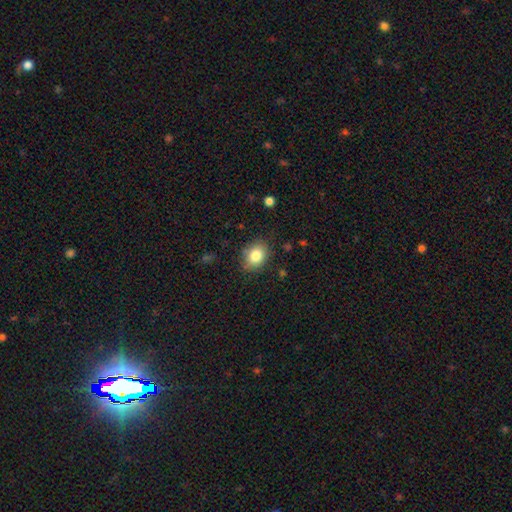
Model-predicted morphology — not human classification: A smooth galaxy with no disk features (82%) that is in between round and cigar-shaped (61%). Merging: none (82%).